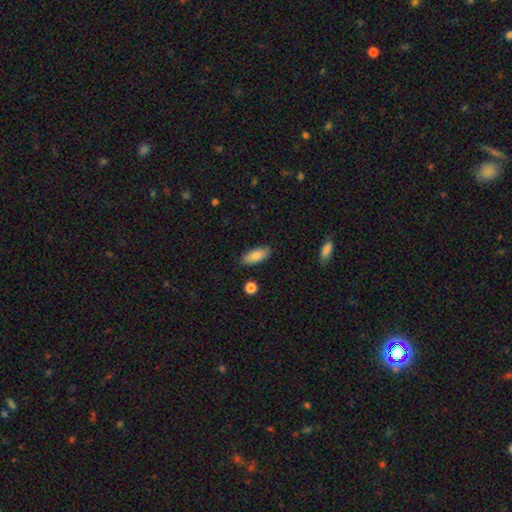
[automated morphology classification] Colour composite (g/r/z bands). It shows a smooth galaxy with no disk features (84%) that is in between round and cigar-shaped (80%). Merging: none (86%).